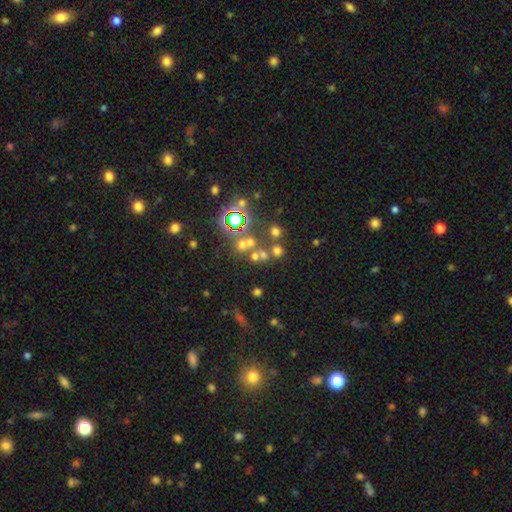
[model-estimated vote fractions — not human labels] This appears to be a smooth galaxy with no disk features (43%). Merging: none (55%).